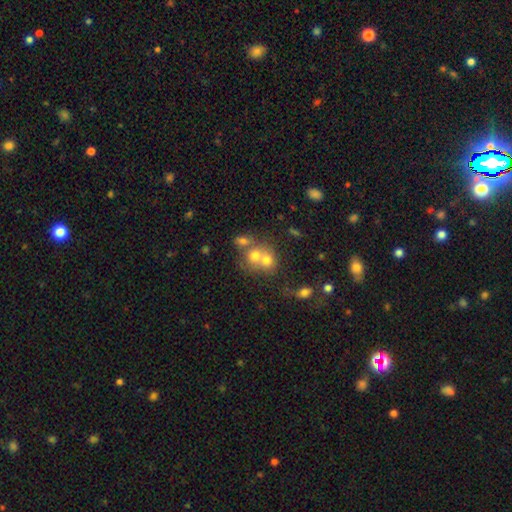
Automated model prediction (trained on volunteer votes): Overall: smooth (57%; featured or disk 23%). How rounded: round (75%). Merging: merger (56%; none 34%).